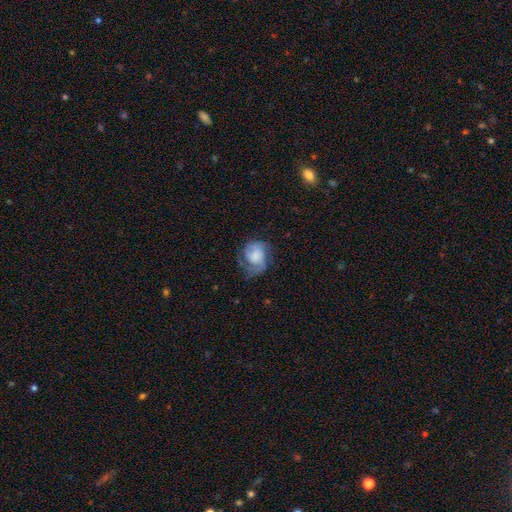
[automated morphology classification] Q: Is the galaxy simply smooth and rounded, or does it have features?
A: featured or disk — 52%.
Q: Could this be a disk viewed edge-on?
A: no — 97%.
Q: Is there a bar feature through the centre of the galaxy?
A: no — 73%.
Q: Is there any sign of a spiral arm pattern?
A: yes — 76%.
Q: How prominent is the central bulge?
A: large — 30%.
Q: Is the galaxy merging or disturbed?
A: none — 45%.